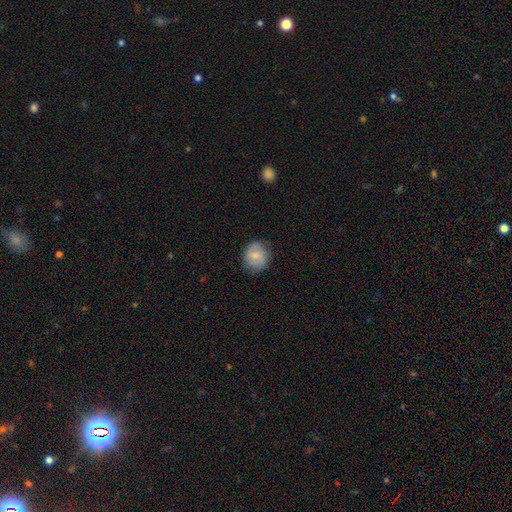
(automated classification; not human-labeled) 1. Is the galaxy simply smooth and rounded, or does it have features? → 69% smooth, 25% featured or disk, 7% star or artifact.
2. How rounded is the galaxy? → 76% round, 23% in between, 1% cigar-shaped.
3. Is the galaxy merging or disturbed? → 77% none, 17% minor disturbance, 4% major disturbance, 1% merger.